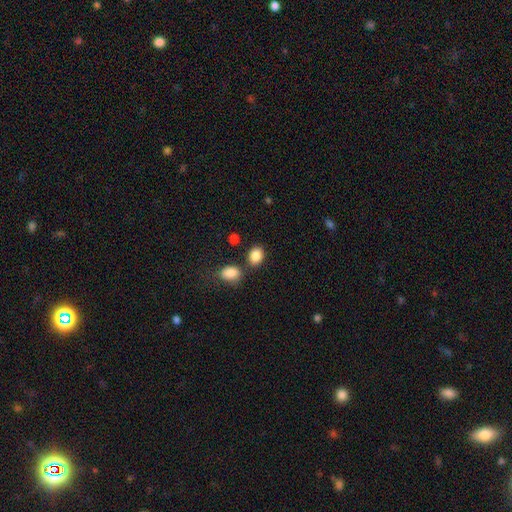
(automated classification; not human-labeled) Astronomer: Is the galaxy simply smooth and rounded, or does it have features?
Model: smooth — 87%.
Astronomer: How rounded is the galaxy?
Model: in between — 67%.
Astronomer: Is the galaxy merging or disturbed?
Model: none — 71%.